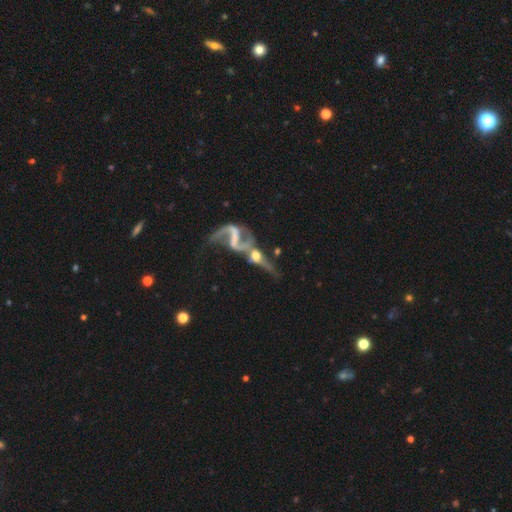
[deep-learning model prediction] Smooth or featured?
  - featured or disk: 76% *
  - smooth: 15%
  - star or artifact: 9%
Edge-on disk?
  - no: 66% *
  - yes: 34%
Bar?
  - no: 51% *
  - weak: 29%
  - strong: 21%
Spiral arms?
  - yes: 66% *
  - no: 34%
Bulge size?
  - moderate: 33% *
  - small: 28%
  - none: 22%
  - large: 13%
  - dominant: 4%
Merging?
  - merger: 44% *
  - none: 31%
  - major disturbance: 14%
  - minor disturbance: 12%